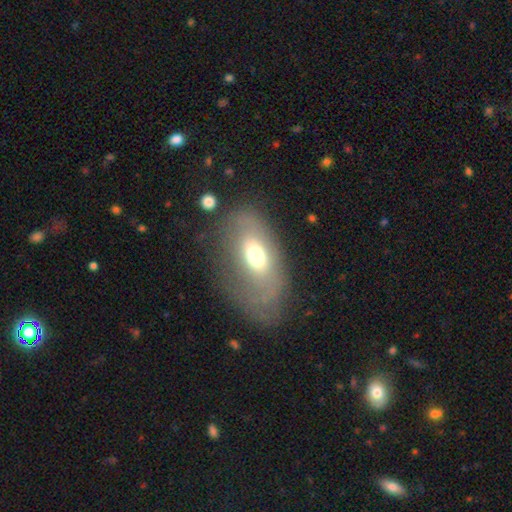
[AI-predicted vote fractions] Smooth or featured: smooth — 53% (featured or disk — 35%)
How rounded: in between — 83% (round — 13%)
Merging: none — 57% (major disturbance — 21%)